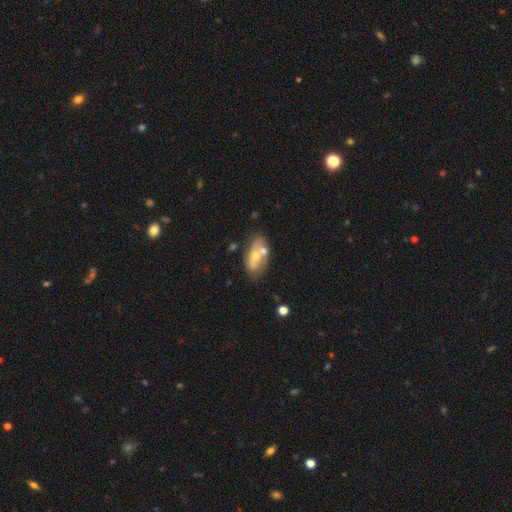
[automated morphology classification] A featured or disk galaxy (49%). Merging: none (50%).